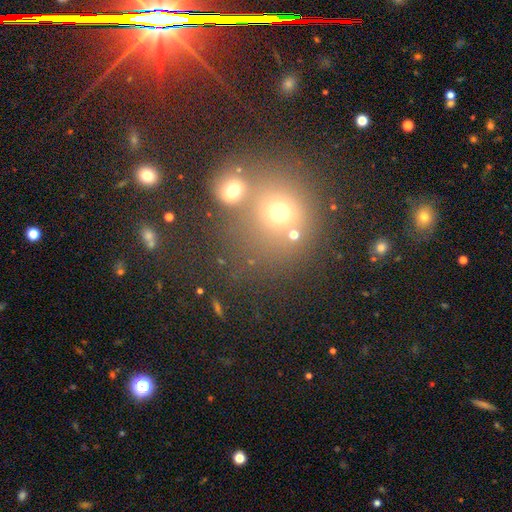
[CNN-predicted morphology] Q: Smooth or featured?
A: star or artifact (47%); runner-up: smooth (41%)